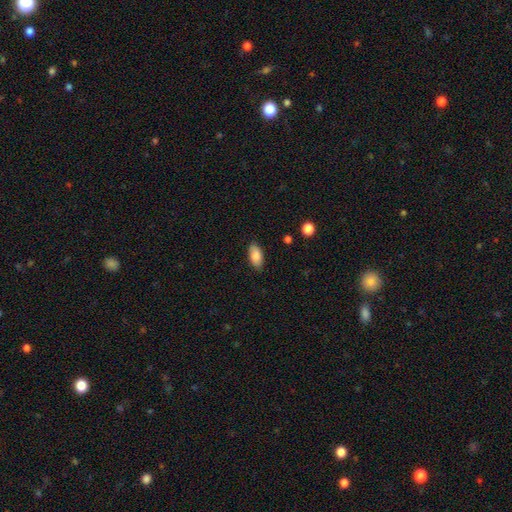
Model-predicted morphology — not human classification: Smooth or featured? smooth (84%)
How rounded? in between (92%)
Merging? none (85%)